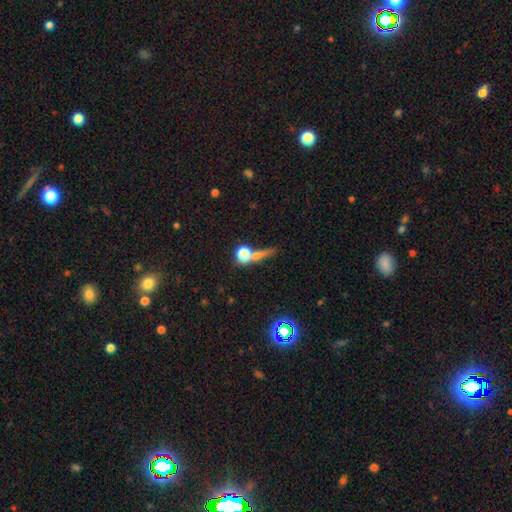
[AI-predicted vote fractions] Q: Smooth or featured?
A: smooth (58%); runner-up: featured or disk (22%)
Q: How rounded?
A: round (51%); runner-up: cigar-shaped (31%)
Q: Merging?
A: none (51%); runner-up: merger (28%)